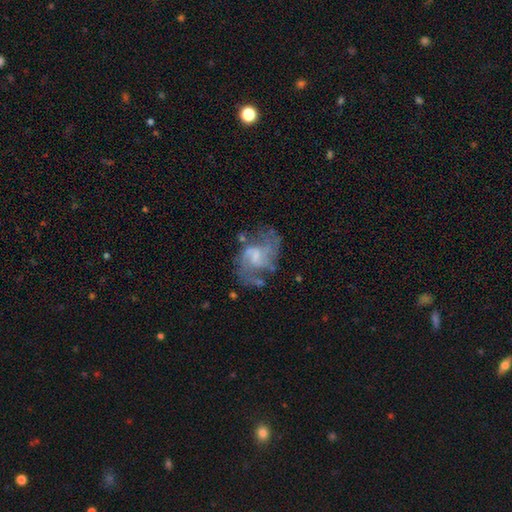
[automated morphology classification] Smooth or featured: featured or disk — 79% (smooth — 13%)
Edge-on disk: no — 98% (yes — 2%)
Bar: weak — 54% (no — 34%)
Spiral arms: yes — 86% (no — 14%)
Spiral winding: medium — 45% (loose — 39%)
Spiral arm count: 2 — 62% (can't tell — 18%)
Bulge size: small — 40% (none — 28%)
Merging: none — 51% (major disturbance — 22%)